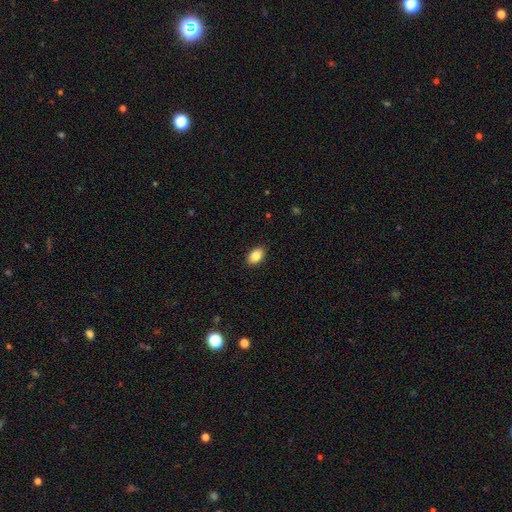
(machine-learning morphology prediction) smooth 85%, star or artifact 8%, featured or disk 7%. Down the decision tree: how rounded — in between (83%); merging — none (90%).